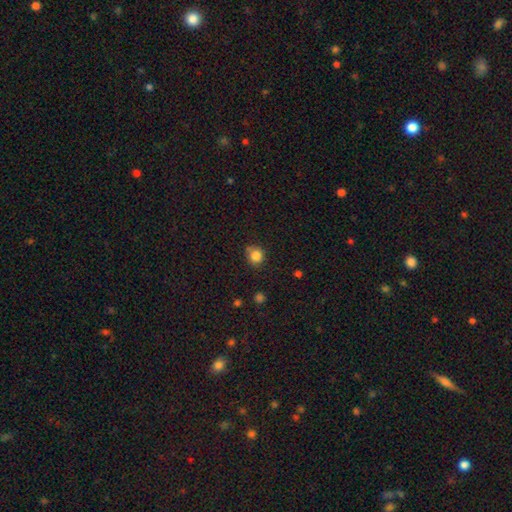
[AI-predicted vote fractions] smooth 84%, star or artifact 11%, featured or disk 4%. Down the decision tree: how rounded — round (86%); merging — none (78%).